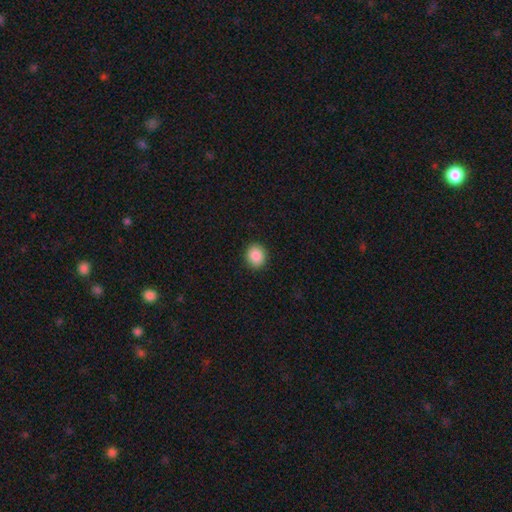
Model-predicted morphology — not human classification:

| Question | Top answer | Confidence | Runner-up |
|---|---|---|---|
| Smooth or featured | smooth | 89% | star or artifact (8%) |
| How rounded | round | 74% | in between (25%) |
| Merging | none | 90% | minor disturbance (7%) |